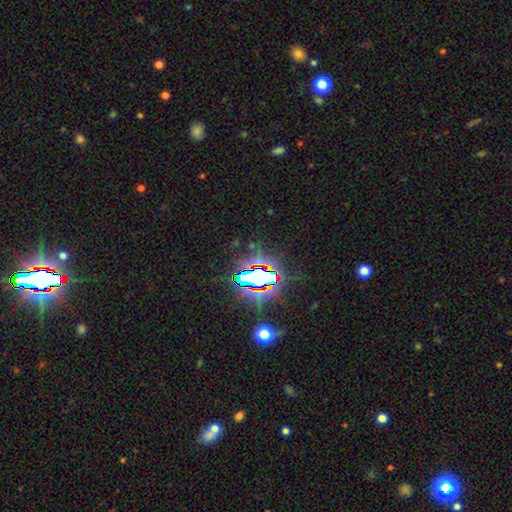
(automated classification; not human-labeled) This appears to be a star or artifact, not a galaxy (80%).